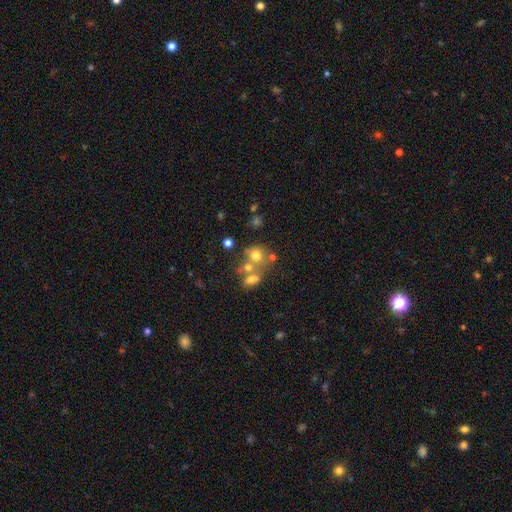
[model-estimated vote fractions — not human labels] Overall: smooth (65%). How rounded: round (71%). Merging: merger (41%, tied with none).